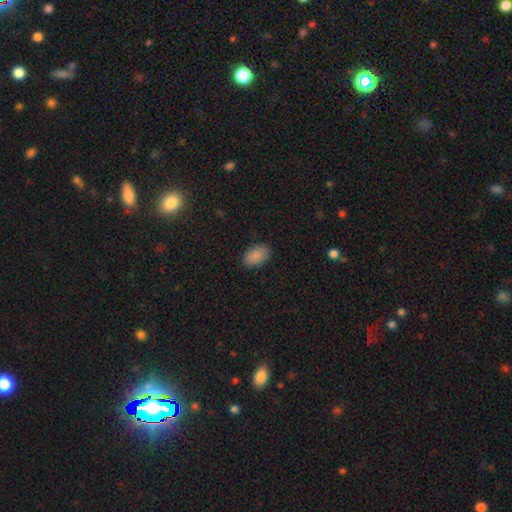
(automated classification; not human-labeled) A smooth galaxy with no disk features (89%) that is in between round and cigar-shaped (92%).

Vote fractions:
- Smooth or featured? smooth: 89% / star or artifact: 8% / featured or disk: 4%
- How rounded? in between: 92% / round: 6% / cigar-shaped: 1%
- Merging? none: 87% / minor disturbance: 10% / major disturbance: 2% / merger: 1%